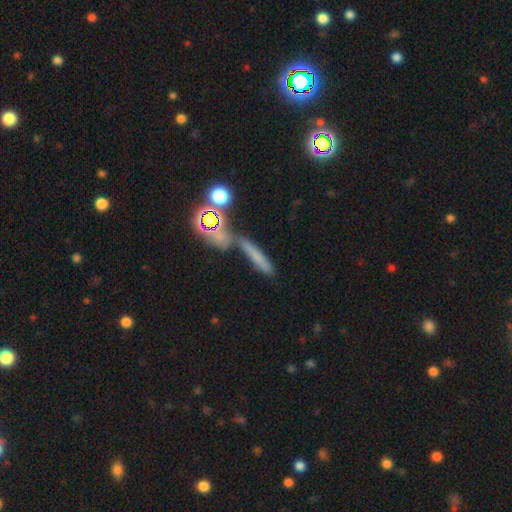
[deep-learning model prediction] A smooth galaxy with no disk features (55%) that is cigar-shaped (78%). Merging: none (53%).